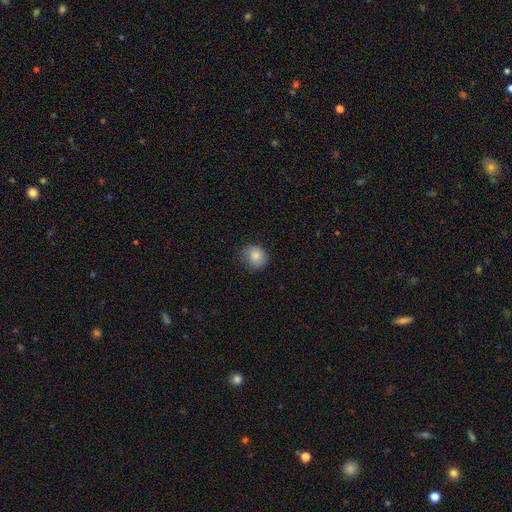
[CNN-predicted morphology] Smooth or featured: smooth — 84% (star or artifact — 9%)
How rounded: round — 78% (in between — 21%)
Merging: none — 74% (minor disturbance — 21%)